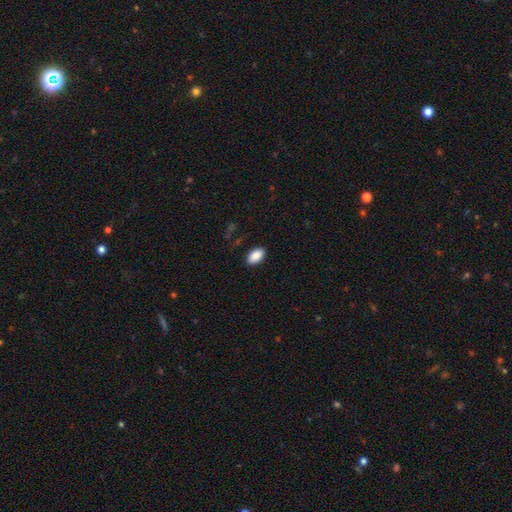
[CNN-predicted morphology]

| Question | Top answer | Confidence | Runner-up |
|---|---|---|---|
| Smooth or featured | smooth | 90% | star or artifact (7%) |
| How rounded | in between | 94% | round (5%) |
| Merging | none | 88% | minor disturbance (9%) |